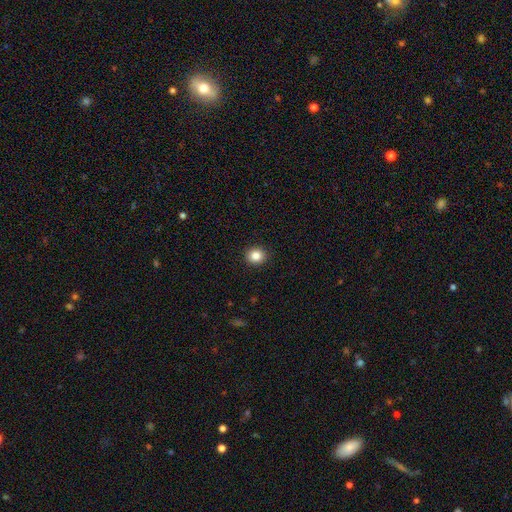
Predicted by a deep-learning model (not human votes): smooth_or_featured: smooth (p=0.84) [alt: star or artifact p=0.10]
how_rounded: round (p=0.81) [alt: in between p=0.18]
merging: none (p=0.92) [alt: minor disturbance p=0.05]